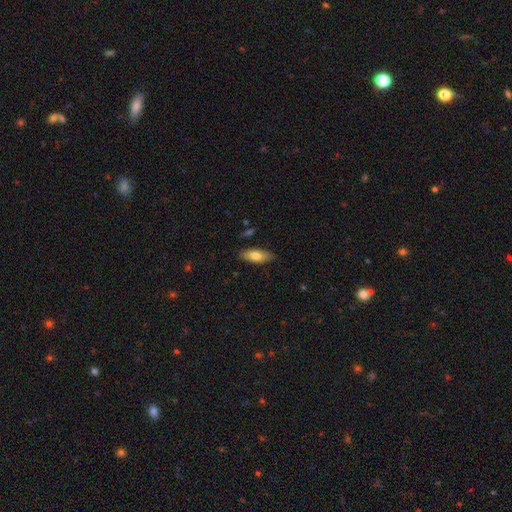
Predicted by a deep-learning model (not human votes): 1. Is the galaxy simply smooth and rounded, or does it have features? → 73% smooth, 20% featured or disk, 6% star or artifact.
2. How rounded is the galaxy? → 76% in between, 21% cigar-shaped, 2% round.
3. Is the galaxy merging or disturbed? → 85% none, 11% minor disturbance, 2% major disturbance, 2% merger.